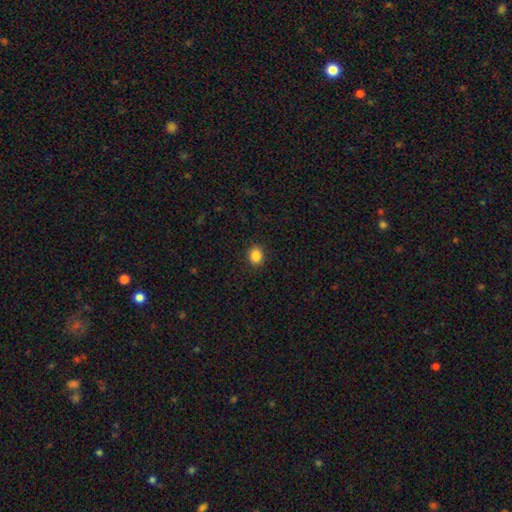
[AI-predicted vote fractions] A smooth galaxy with no disk features (86%) that is round (61%).

Vote fractions:
- Smooth or featured? smooth: 86% / star or artifact: 10% / featured or disk: 4%
- How rounded? round: 61% / in between: 39% / cigar-shaped: 1%
- Merging? none: 90% / minor disturbance: 7% / major disturbance: 2% / merger: 1%